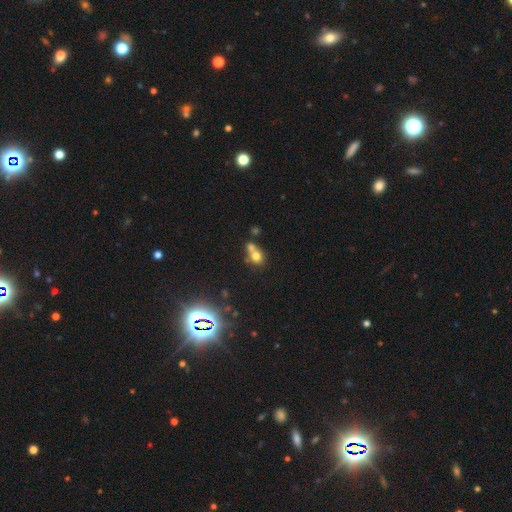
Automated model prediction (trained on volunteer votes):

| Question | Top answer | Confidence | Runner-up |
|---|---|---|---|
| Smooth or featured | smooth | 69% | star or artifact (16%) |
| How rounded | round | 69% | in between (29%) |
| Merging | merger | 53% | none (34%) |